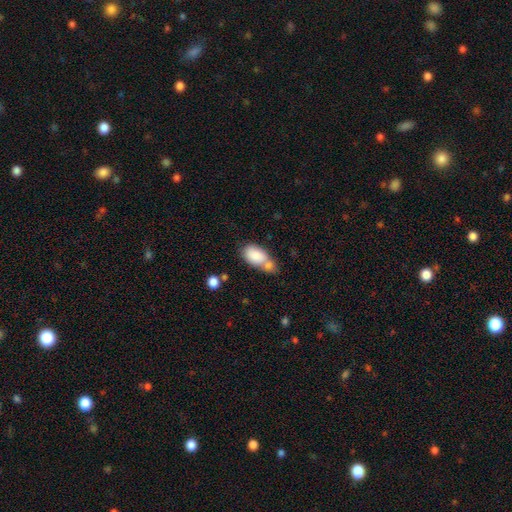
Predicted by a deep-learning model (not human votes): This appears to be a smooth galaxy with no disk features (82%) that is in between round and cigar-shaped (89%). Merging: merger (47%).